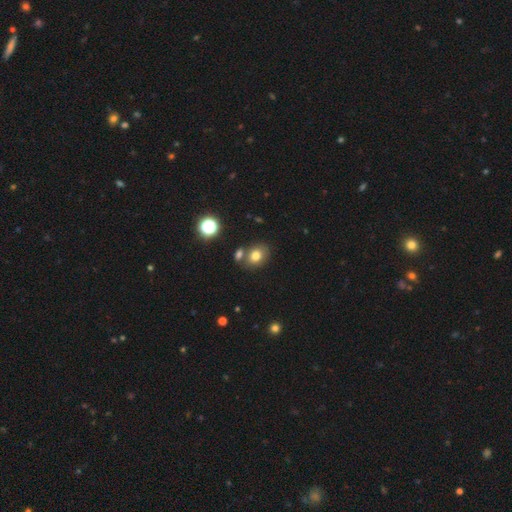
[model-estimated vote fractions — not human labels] Smooth or featured?
  - smooth: 77% *
  - star or artifact: 13%
  - featured or disk: 11%
How rounded?
  - in between: 54% *
  - round: 45%
  - cigar-shaped: 1%
Merging?
  - none: 62% *
  - merger: 21%
  - minor disturbance: 13%
  - major disturbance: 4%